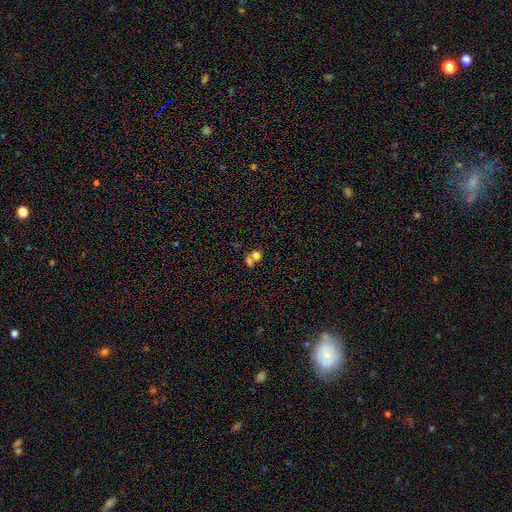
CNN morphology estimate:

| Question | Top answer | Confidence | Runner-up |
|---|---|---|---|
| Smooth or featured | smooth | 67% | star or artifact (19%) |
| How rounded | round | 68% | in between (30%) |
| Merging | merger | 52% | none (35%) |